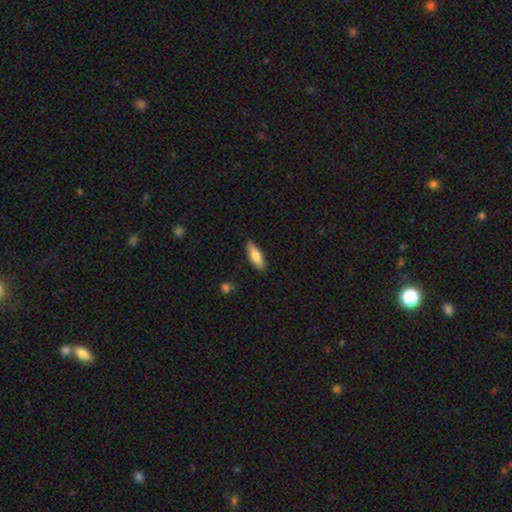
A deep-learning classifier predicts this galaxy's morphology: Q: Smooth or featured?
A: smooth (71%); runner-up: featured or disk (23%)
Q: How rounded?
A: in between (53%); runner-up: cigar-shaped (45%)
Q: Merging?
A: none (88%); runner-up: minor disturbance (9%)